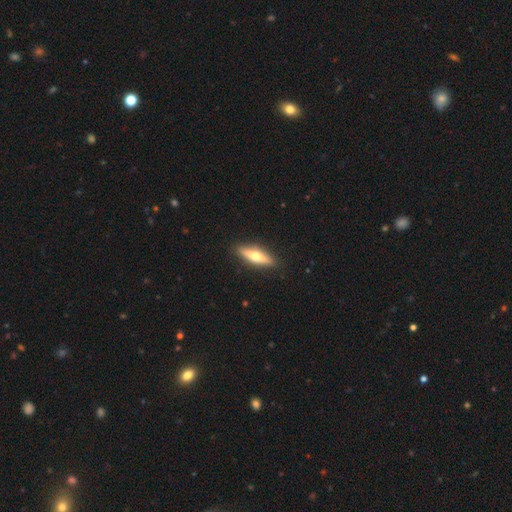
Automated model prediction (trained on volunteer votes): Smooth or featured: featured or disk — 48% (smooth — 47%)
Merging: none — 90% (minor disturbance — 7%)